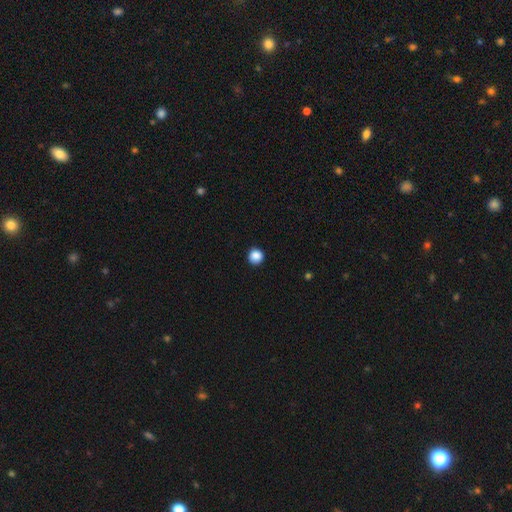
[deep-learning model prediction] Smooth or featured? smooth (88%)
How rounded? round (94%)
Merging? none (91%)